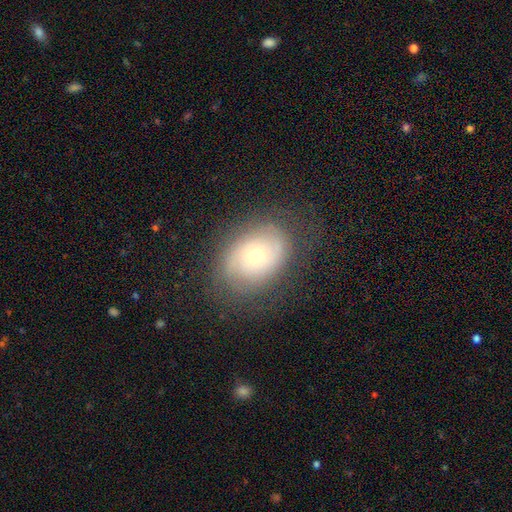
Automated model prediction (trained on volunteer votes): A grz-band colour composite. It shows a featured or disk galaxy (51%). Merging: none (73%).